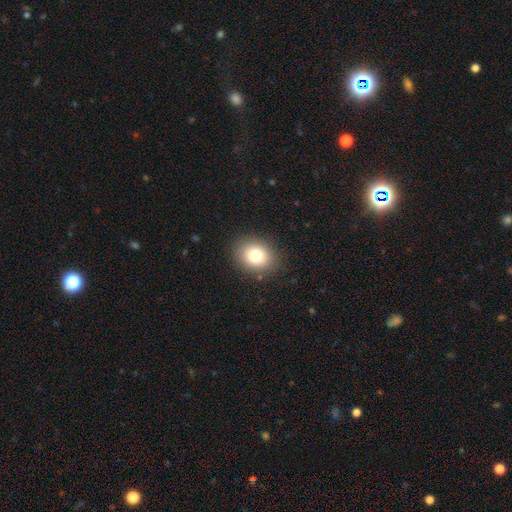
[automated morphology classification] smooth-or-featured: smooth: 79% | star or artifact: 11% | featured or disk: 10%
  how-rounded: round: 53% | in between: 46% | cigar-shaped: 1%
  merging: none: 87% | minor disturbance: 9% | major disturbance: 3% | merger: 1%